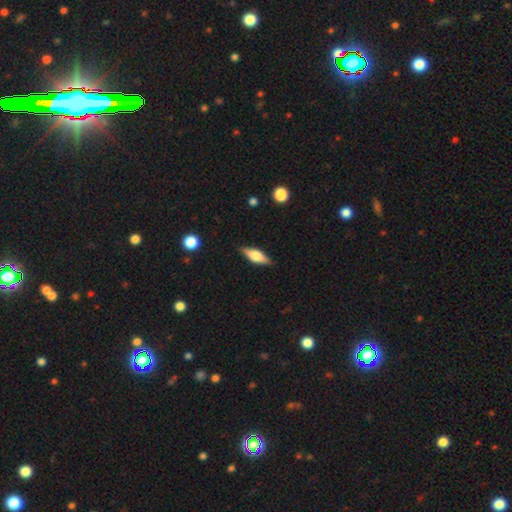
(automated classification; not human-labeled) Smooth or featured? smooth (47%)
Merging? none (86%)